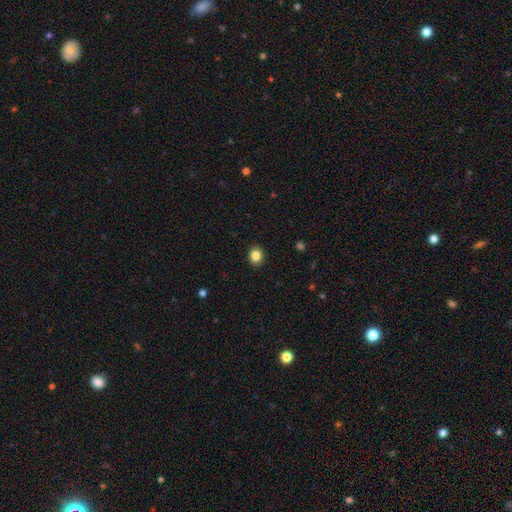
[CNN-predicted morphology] Smooth or featured? Predicted: smooth (p=0.84). How rounded? Predicted: round (p=0.70). Merging? Predicted: none (p=0.92).